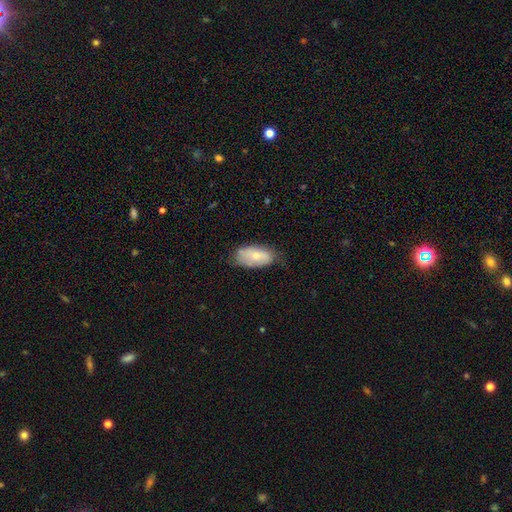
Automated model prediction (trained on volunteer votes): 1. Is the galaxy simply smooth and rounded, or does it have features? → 63% smooth, 30% featured or disk, 7% star or artifact.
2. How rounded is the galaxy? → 93% in between, 4% round, 3% cigar-shaped.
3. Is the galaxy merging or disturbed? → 58% none, 32% minor disturbance, 8% major disturbance, 2% merger.